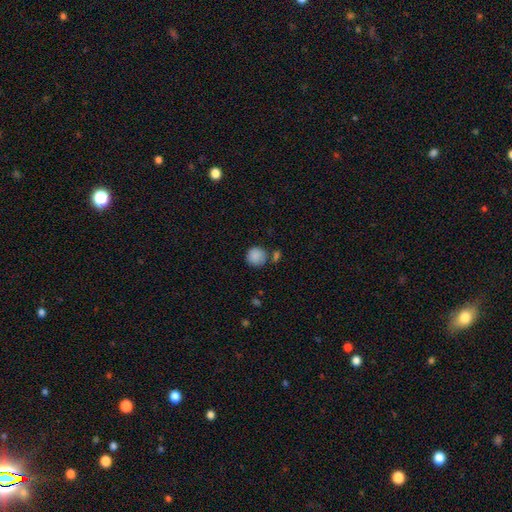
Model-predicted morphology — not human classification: type=smooth (87%); roundness=round (91%); merging=none (67%).